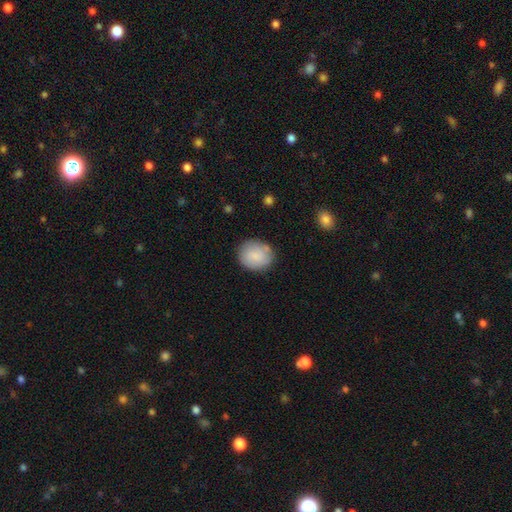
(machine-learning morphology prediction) The model was most divided on "how rounded": round: 67%, in between: 32%, cigar-shaped: 1%. More confident: smooth or featured — smooth (86%); merging — none (80%).